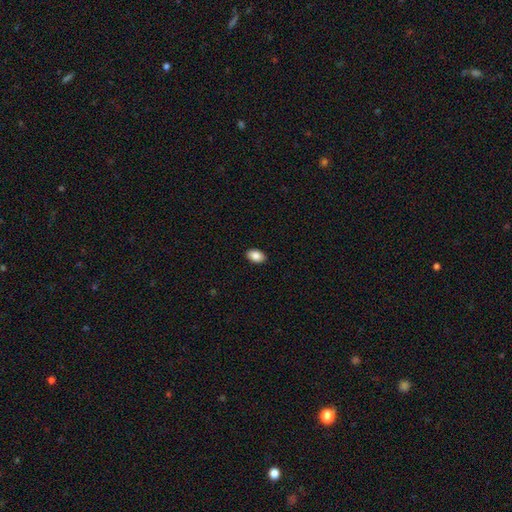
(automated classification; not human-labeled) Morphology: type=smooth (88%); roundness=in between (91%); merging=none (91%).